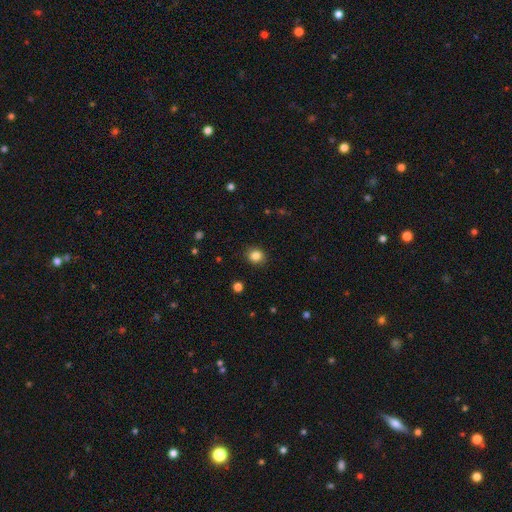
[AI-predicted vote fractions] A smooth galaxy with no disk features (85%) that is round (77%). Merging: none (87%).